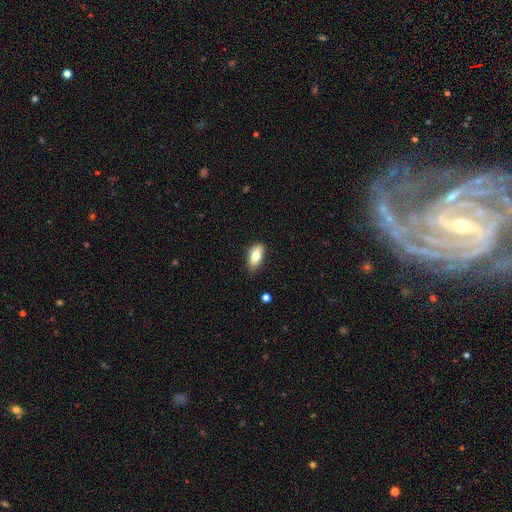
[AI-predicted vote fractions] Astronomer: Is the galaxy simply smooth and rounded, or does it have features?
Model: smooth — 75%.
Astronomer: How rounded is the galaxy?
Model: in between — 87%.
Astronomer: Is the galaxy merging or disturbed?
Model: none — 82%.